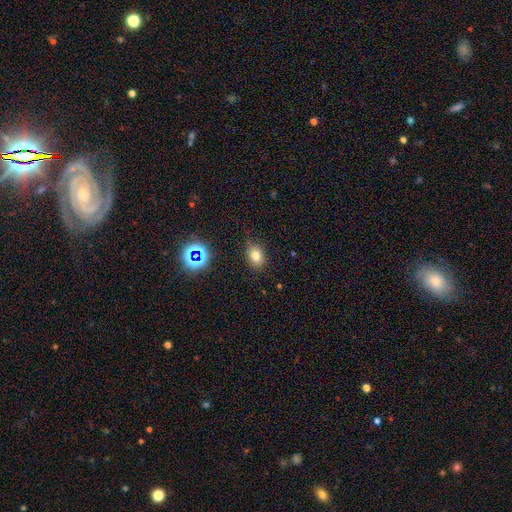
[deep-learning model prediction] Smooth or featured? smooth (75%)
How rounded? in between (69%)
Merging? none (80%)